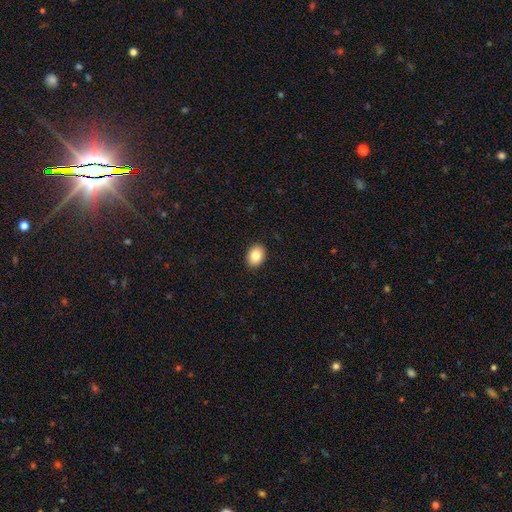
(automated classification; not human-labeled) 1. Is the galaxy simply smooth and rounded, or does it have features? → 85% smooth, 8% star or artifact, 7% featured or disk.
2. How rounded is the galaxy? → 71% in between, 28% round, 1% cigar-shaped.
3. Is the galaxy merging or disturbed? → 91% none, 6% minor disturbance, 2% major disturbance, 1% merger.